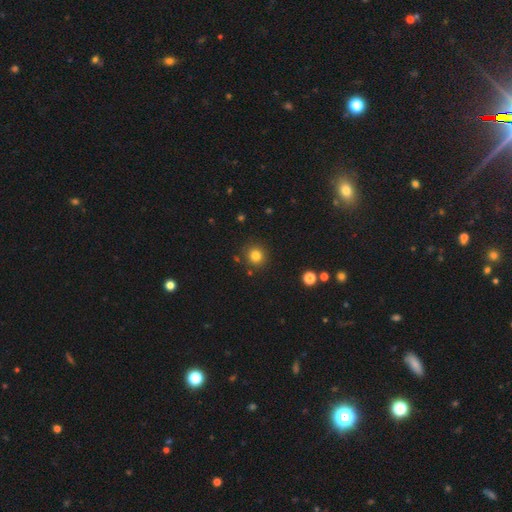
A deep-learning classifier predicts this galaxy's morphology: This is clearly a smooth galaxy (81%). How rounded: clearly round (92%). Merging: clearly none (87%).